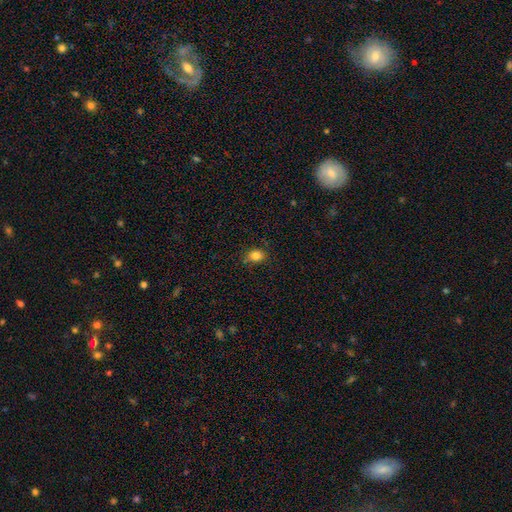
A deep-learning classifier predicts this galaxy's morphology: smooth-or-featured: smooth: 83% | star or artifact: 12% | featured or disk: 5%
  how-rounded: in between: 55% | round: 44% | cigar-shaped: 1%
  merging: none: 79% | minor disturbance: 15% | major disturbance: 3% | merger: 3%